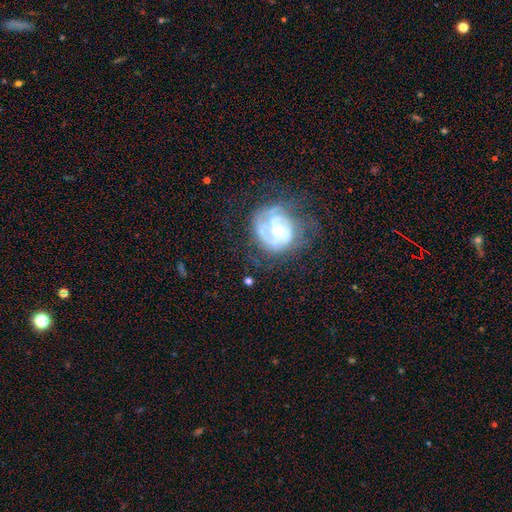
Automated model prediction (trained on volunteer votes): Morphology: type=featured or disk (35%); merging=none (74%).